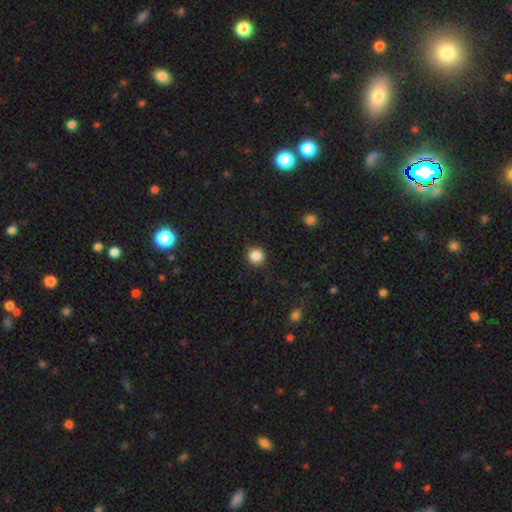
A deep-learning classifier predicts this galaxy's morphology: A smooth galaxy with no disk features (86%) that is round (94%). Merging: none (91%).